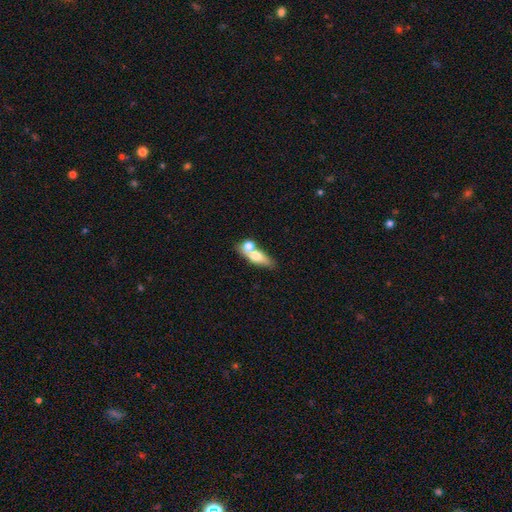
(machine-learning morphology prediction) smooth 63%, featured or disk 30%, star or artifact 7%. Down the decision tree: how rounded — in between (58%); merging — merger (51%).